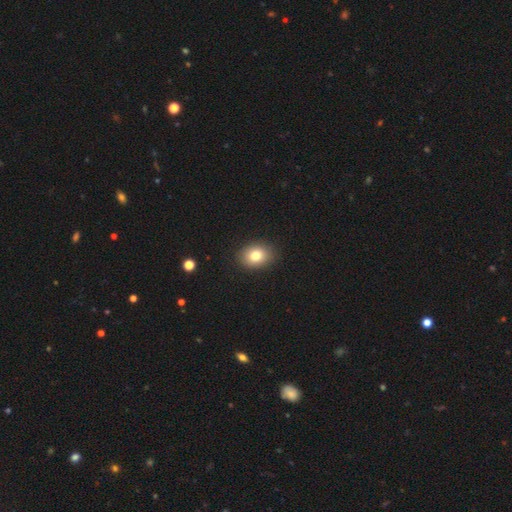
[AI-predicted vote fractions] Smooth or featured?
  - smooth: 79% *
  - featured or disk: 10%
  - star or artifact: 10%
How rounded?
  - in between: 62% *
  - round: 37%
  - cigar-shaped: 1%
Merging?
  - none: 89% *
  - minor disturbance: 8%
  - major disturbance: 2%
  - merger: 1%